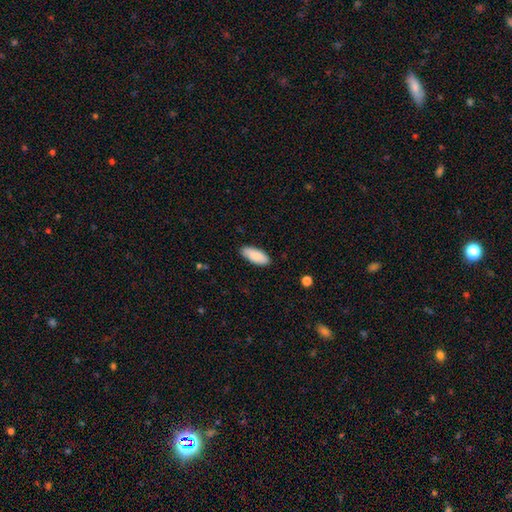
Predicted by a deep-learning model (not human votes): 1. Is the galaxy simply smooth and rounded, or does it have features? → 88% smooth, 7% featured or disk, 6% star or artifact.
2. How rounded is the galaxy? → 82% in between, 16% cigar-shaped, 2% round.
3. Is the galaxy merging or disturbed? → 88% none, 9% minor disturbance, 2% major disturbance, 1% merger.